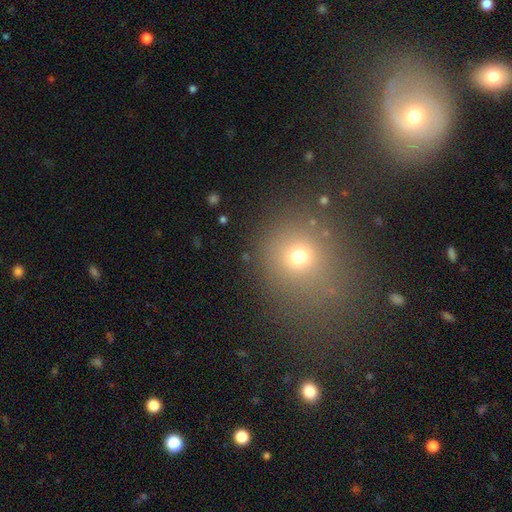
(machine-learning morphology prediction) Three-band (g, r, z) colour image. It shows a smooth galaxy with no disk features (57%) that is round (75%). Merging: none (66%).